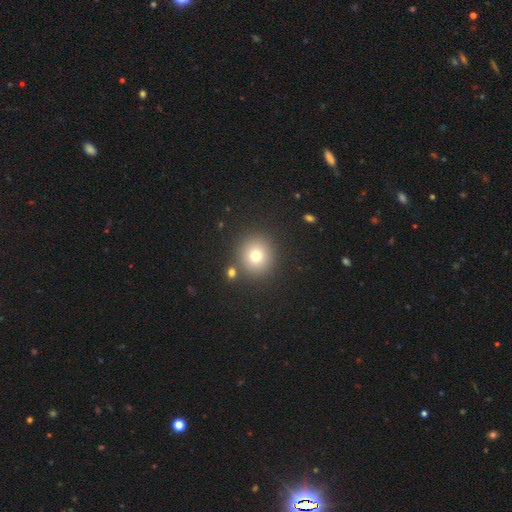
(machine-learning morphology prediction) Overall: smooth (74%). How rounded: round (91%). Merging: none (85%).